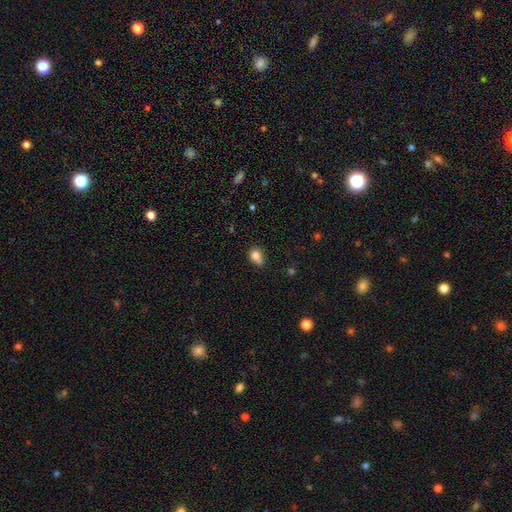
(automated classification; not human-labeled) Smooth or featured? smooth (80%)
How rounded? round (53%)
Merging? none (46%)